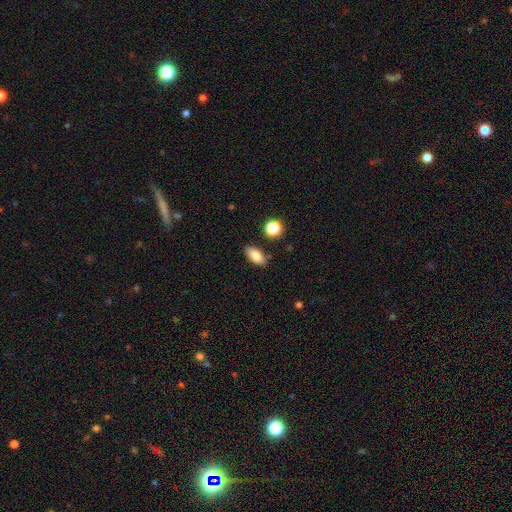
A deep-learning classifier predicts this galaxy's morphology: smooth_or_featured: smooth (p=0.85) [alt: star or artifact p=0.09]
how_rounded: in between (p=0.86) [alt: cigar-shaped p=0.09]
merging: none (p=0.83) [alt: minor disturbance p=0.12]